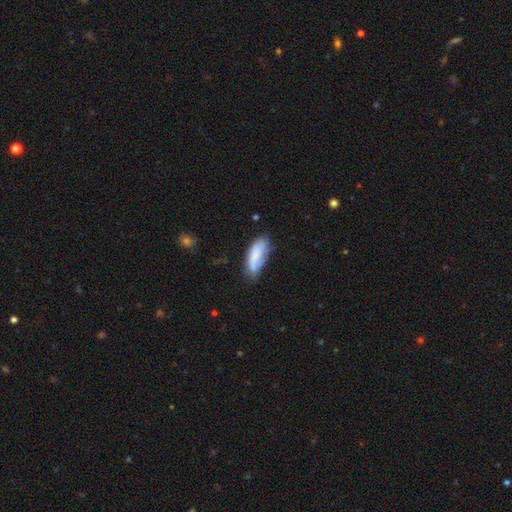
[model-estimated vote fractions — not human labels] This is likely a smooth galaxy (66%). How rounded: likely in between (80%). Merging: possibly none (55%).